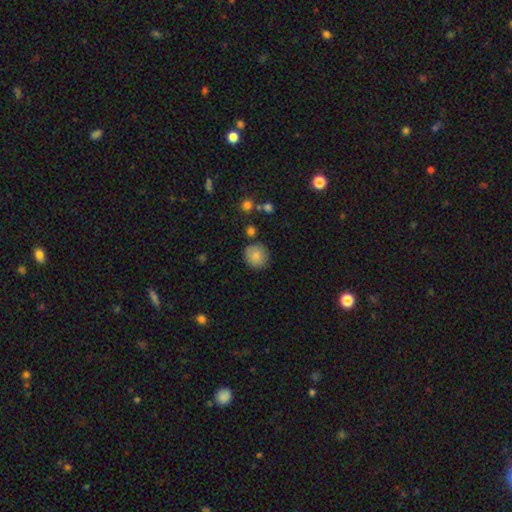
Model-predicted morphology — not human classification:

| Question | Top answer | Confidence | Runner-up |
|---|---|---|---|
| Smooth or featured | smooth | 83% | featured or disk (9%) |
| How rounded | round | 88% | in between (11%) |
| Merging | none | 82% | minor disturbance (12%) |